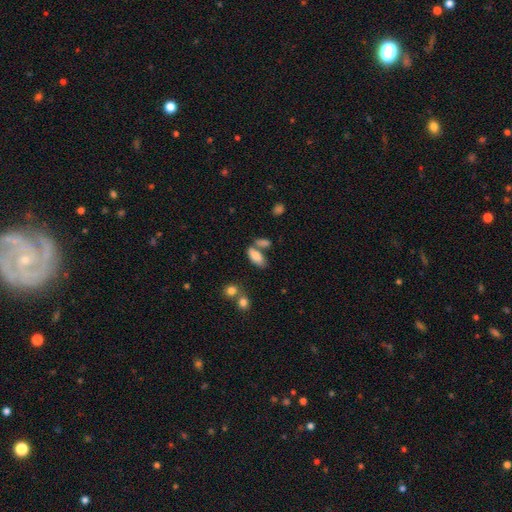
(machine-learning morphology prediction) smooth_or_featured: smooth (p=0.83) [alt: featured or disk p=0.09]
how_rounded: in between (p=0.85) [alt: cigar-shaped p=0.13]
merging: none (p=0.51) [alt: merger p=0.29]